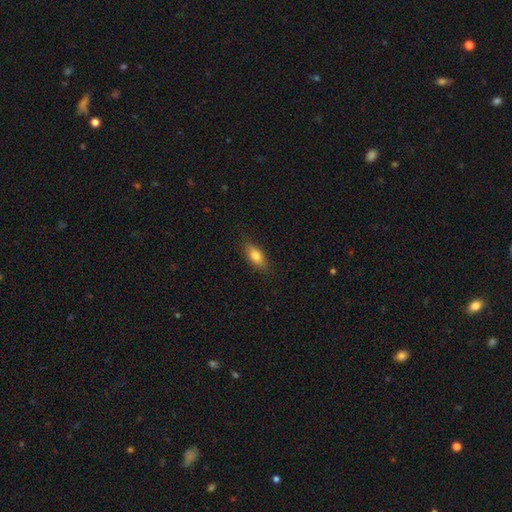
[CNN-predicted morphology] This is likely a smooth galaxy (78%). How rounded: clearly in between (81%). Merging: clearly none (83%).